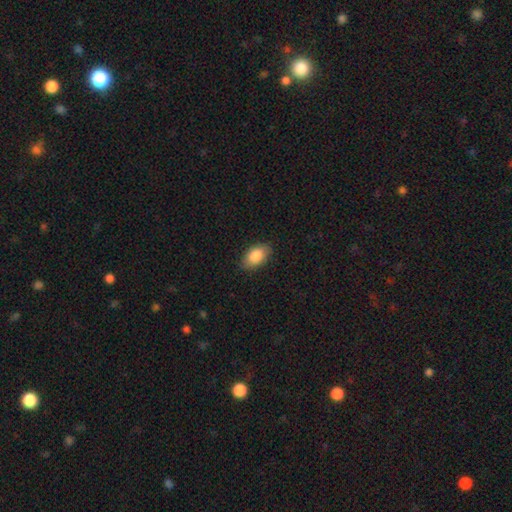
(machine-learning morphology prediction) smooth 85%, featured or disk 8%, star or artifact 7%. Down the decision tree: how rounded — in between (92%); merging — none (86%).